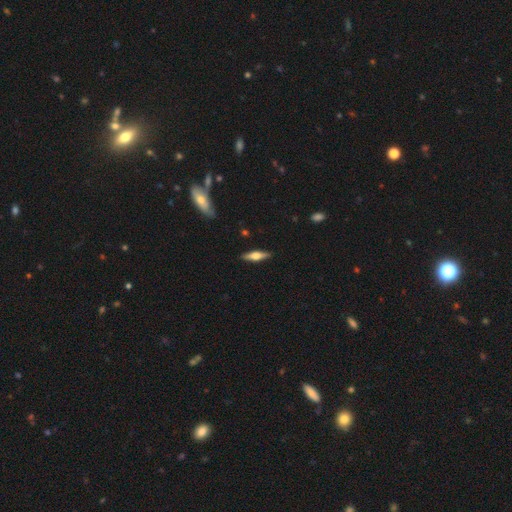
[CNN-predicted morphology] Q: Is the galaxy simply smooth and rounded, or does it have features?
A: featured or disk — 55%.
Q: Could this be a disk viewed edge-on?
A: yes — 95%.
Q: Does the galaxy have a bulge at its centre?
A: rounded — 88%.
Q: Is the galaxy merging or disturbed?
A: none — 88%.